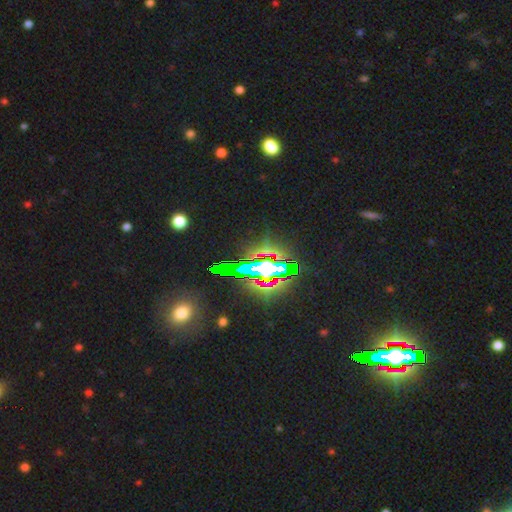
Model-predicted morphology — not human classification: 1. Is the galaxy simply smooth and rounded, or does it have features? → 80% star or artifact, 10% featured or disk, 9% smooth.